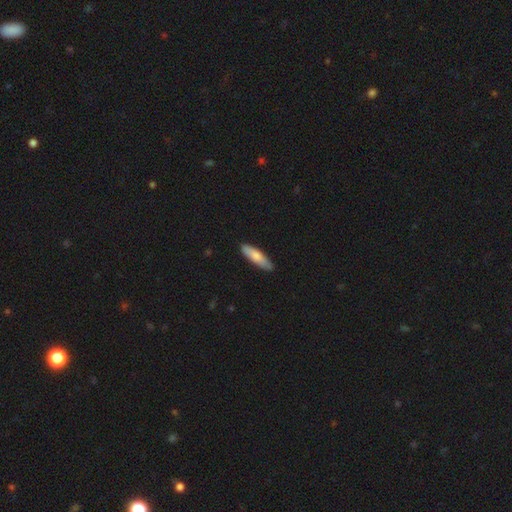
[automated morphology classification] Smooth or featured? Predicted: smooth (p=0.76). How rounded? Predicted: cigar-shaped (p=0.66). Merging? Predicted: none (p=0.87).